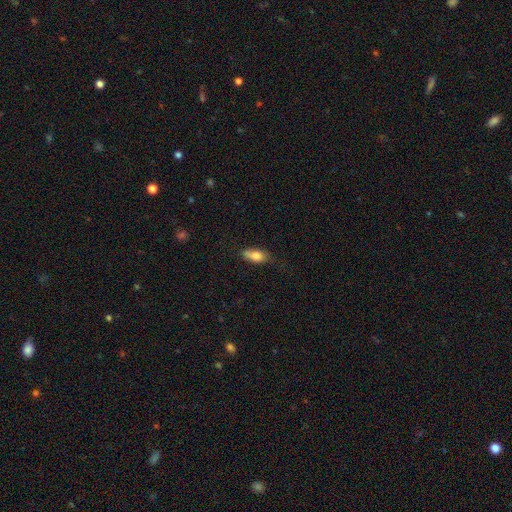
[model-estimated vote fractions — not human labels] Smooth or featured? Predicted: smooth (p=0.79). How rounded? Predicted: in between (p=0.79). Merging? Predicted: none (p=0.56).